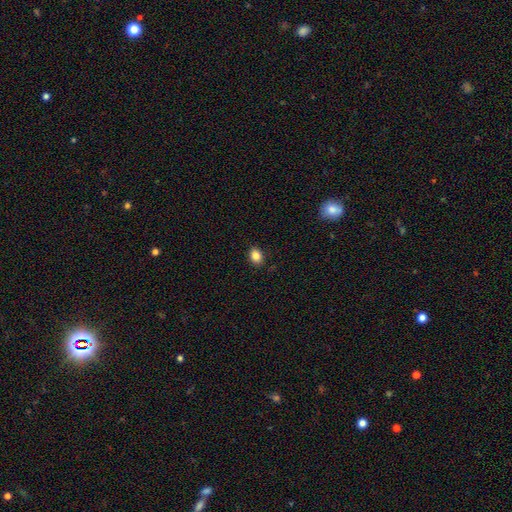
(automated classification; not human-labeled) smooth 85%, star or artifact 10%, featured or disk 5%. Down the decision tree: how rounded — in between (68%); merging — none (89%).